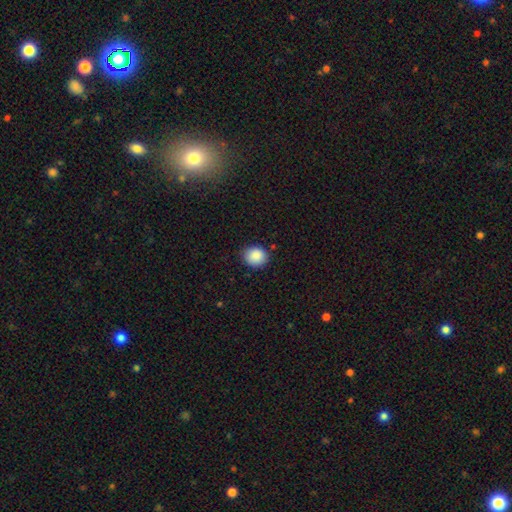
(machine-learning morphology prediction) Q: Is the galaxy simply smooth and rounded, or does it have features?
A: smooth — 89%.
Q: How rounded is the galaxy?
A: round — 74%.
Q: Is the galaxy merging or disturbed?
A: none — 83%.